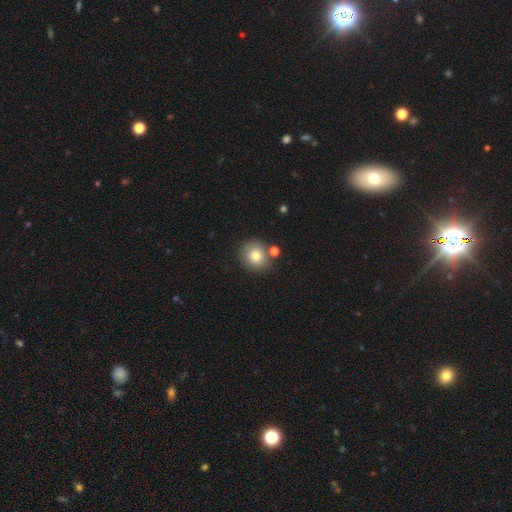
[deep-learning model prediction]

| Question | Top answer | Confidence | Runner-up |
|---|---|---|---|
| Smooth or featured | smooth | 78% | star or artifact (11%) |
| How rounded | round | 88% | in between (11%) |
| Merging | none | 77% | merger (11%) |